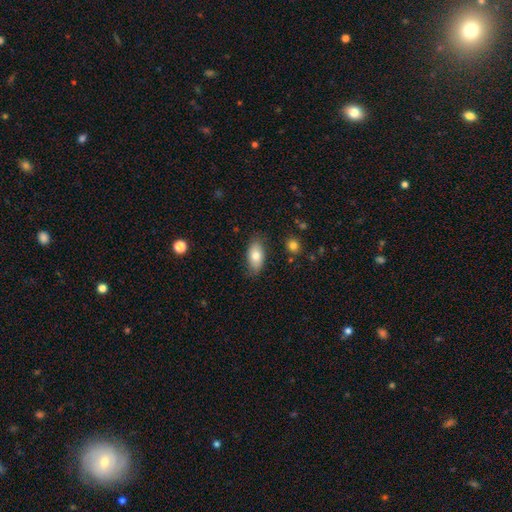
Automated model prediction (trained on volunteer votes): smooth_or_featured: smooth (p=0.77) [alt: featured or disk p=0.16]
how_rounded: in between (p=0.91) [alt: cigar-shaped p=0.04]
merging: none (p=0.81) [alt: minor disturbance p=0.14]